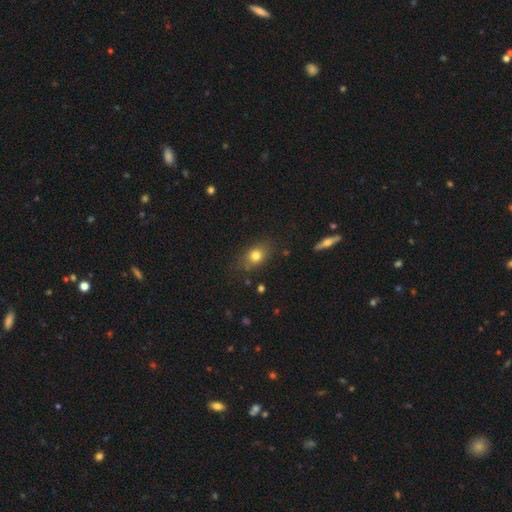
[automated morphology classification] type=smooth (77%); roundness=in between (61%); merging=none (77%).